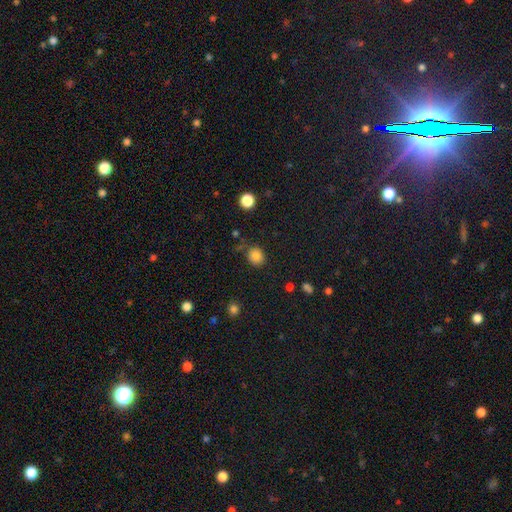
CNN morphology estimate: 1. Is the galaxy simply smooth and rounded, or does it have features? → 83% smooth, 12% star or artifact, 4% featured or disk.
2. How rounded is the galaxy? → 75% round, 24% in between, 1% cigar-shaped.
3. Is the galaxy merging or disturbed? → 78% none, 14% minor disturbance, 4% major disturbance, 4% merger.